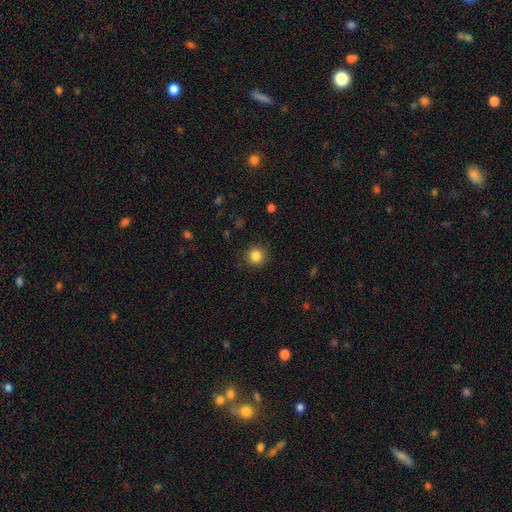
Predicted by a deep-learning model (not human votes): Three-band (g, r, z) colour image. It shows a smooth galaxy with no disk features (85%) that is round (94%). Merging: none (90%).